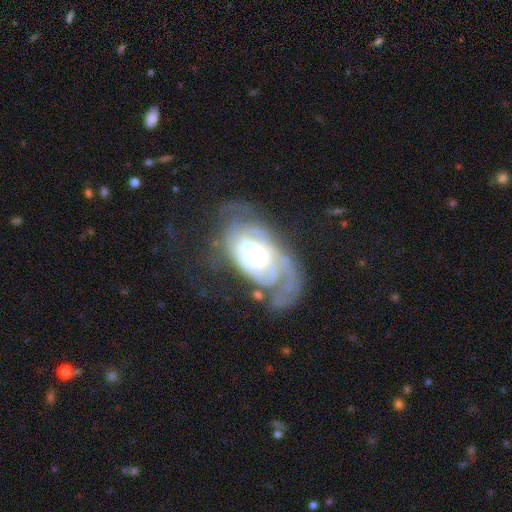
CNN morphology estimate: type=featured or disk (79%); edge-on=no (96%); bar=no (69%); spiral arms=yes (85%); winding=tight (54%); arm count=can't tell (43%); bulge=moderate (47%); merging=none (34%).